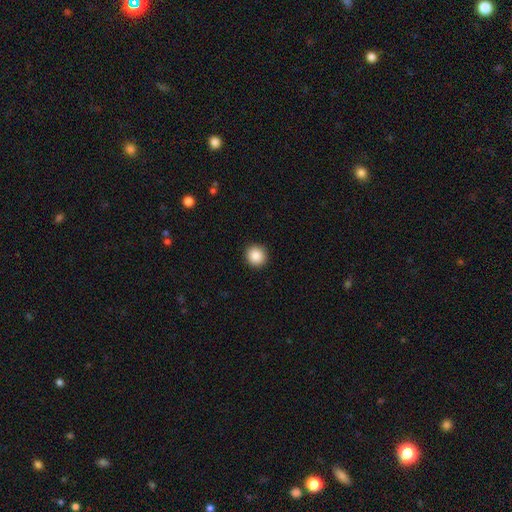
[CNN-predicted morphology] Q: Smooth or featured?
A: smooth (88%); runner-up: star or artifact (9%)
Q: How rounded?
A: round (93%); runner-up: in between (6%)
Q: Merging?
A: none (93%); runner-up: minor disturbance (5%)